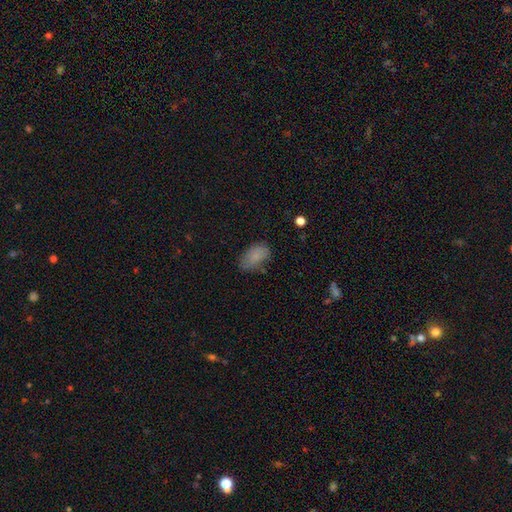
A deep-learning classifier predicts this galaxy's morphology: smooth_or_featured: smooth (p=0.83) [alt: star or artifact p=0.09]
how_rounded: in between (p=0.92) [alt: round p=0.06]
merging: none (p=0.69) [alt: minor disturbance p=0.23]